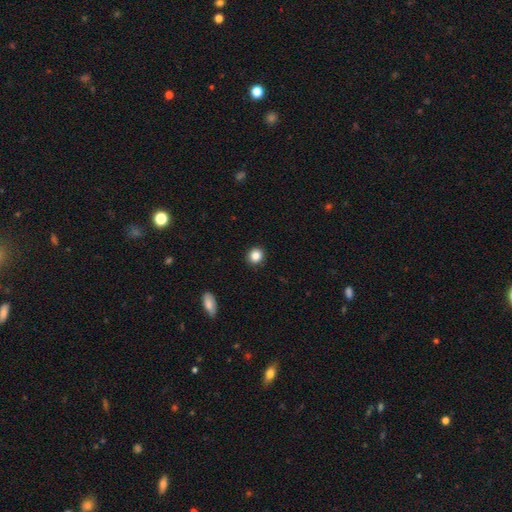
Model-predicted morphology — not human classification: Q: Smooth or featured?
A: smooth (85%); runner-up: star or artifact (10%)
Q: How rounded?
A: round (87%); runner-up: in between (12%)
Q: Merging?
A: none (92%); runner-up: minor disturbance (5%)